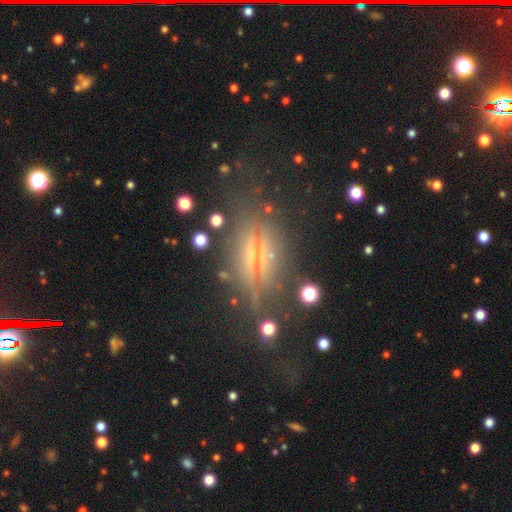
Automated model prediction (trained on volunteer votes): featured or disk 60%, star or artifact 22%, smooth 19%. Down the decision tree: edge-on disk — yes (75%); merging — none (63%).